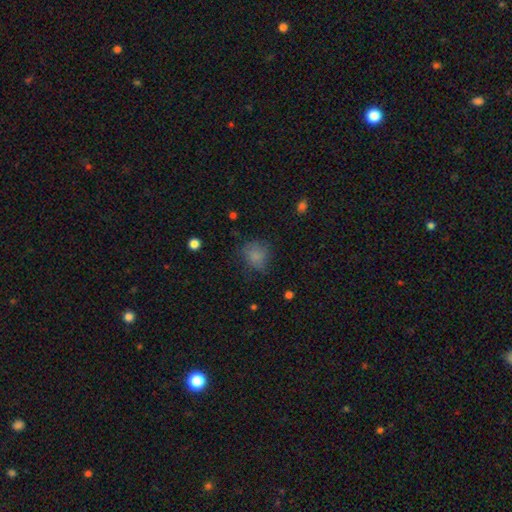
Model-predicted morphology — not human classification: type=smooth (78%); roundness=round (70%); merging=none (63%).